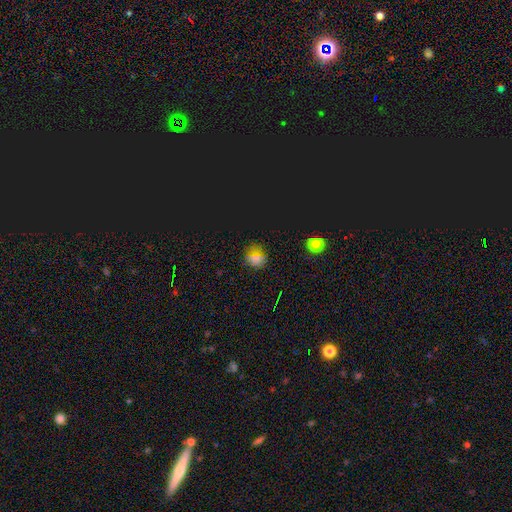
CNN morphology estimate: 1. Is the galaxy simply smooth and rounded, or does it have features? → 58% smooth, 35% star or artifact, 7% featured or disk.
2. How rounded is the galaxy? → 83% round, 15% in between, 2% cigar-shaped.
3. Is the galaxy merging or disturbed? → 87% none, 9% minor disturbance, 3% major disturbance, 2% merger.